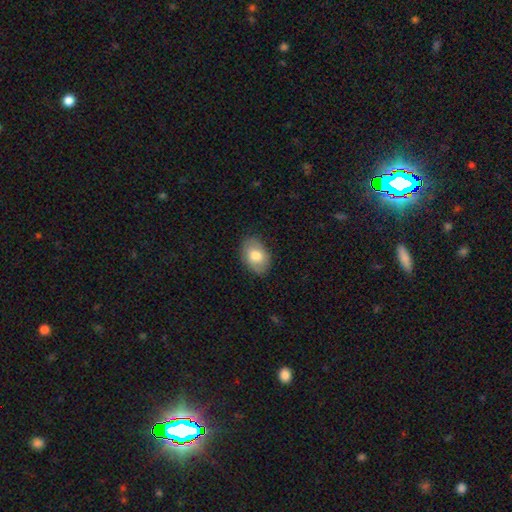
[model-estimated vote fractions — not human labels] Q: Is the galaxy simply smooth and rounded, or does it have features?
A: smooth — 76%.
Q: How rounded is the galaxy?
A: in between — 86%.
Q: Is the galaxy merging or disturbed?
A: none — 82%.